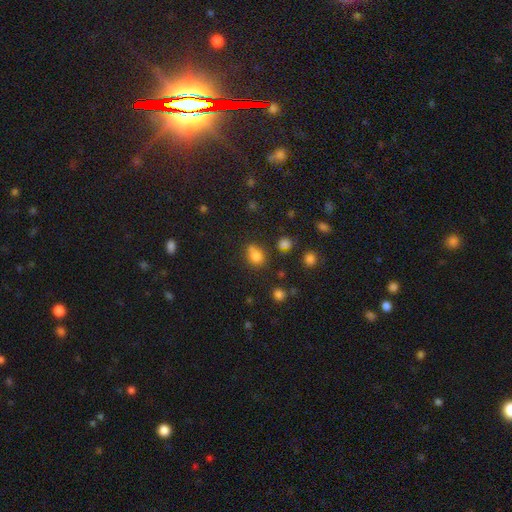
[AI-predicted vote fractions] Smooth or featured?
  - smooth: 78% *
  - star or artifact: 15%
  - featured or disk: 7%
How rounded?
  - in between: 51% *
  - round: 48%
  - cigar-shaped: 2%
Merging?
  - none: 51% *
  - minor disturbance: 23%
  - merger: 18%
  - major disturbance: 8%